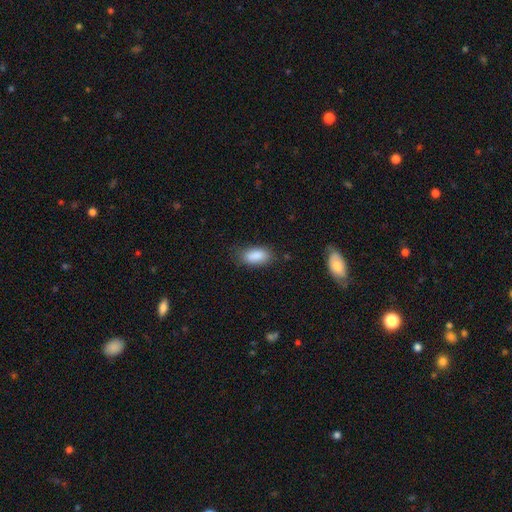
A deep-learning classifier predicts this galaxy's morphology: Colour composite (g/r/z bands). It shows a smooth galaxy with no disk features (88%) that is in between round and cigar-shaped (90%). Merging: none (76%).